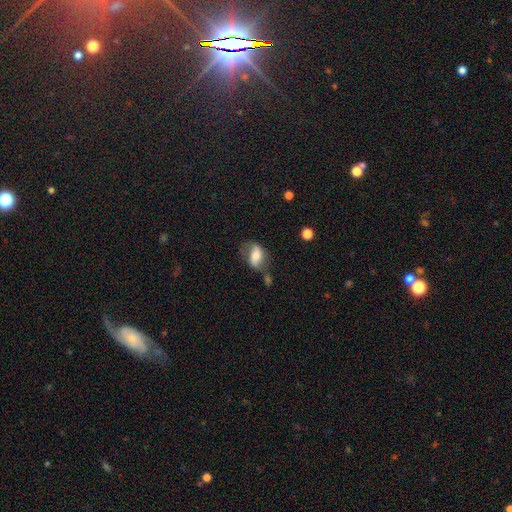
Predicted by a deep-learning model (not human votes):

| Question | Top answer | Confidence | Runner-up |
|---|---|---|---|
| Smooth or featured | smooth | 55% | featured or disk (36%) |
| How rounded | in between | 84% | round (12%) |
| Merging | none | 47% | minor disturbance (27%) |